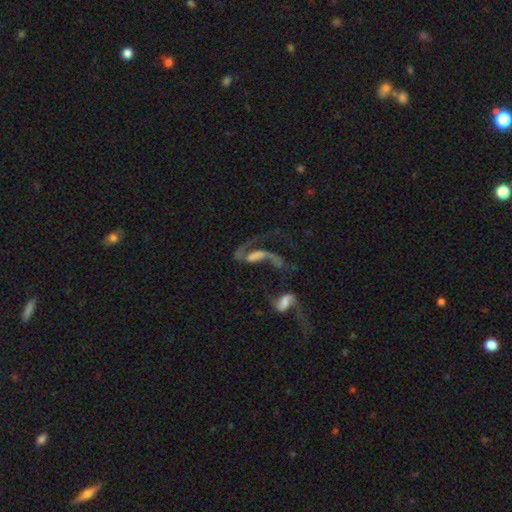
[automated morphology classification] The model was most divided on "bar": no: 42%, weak: 31%, strong: 27%. Remaining: edge-on disk — no (92%); spiral arms — yes (80%); spiral winding — loose (75%); smooth or featured — featured or disk (71%); spiral arm count — 2 (56%); bulge size — none (47%); merging — merger (40%).